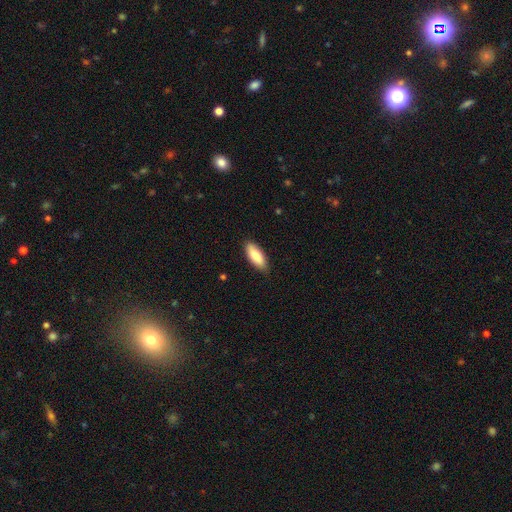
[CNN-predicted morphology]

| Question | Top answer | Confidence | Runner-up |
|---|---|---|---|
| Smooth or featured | smooth | 83% | featured or disk (12%) |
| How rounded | in between | 74% | cigar-shaped (24%) |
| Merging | none | 85% | minor disturbance (12%) |